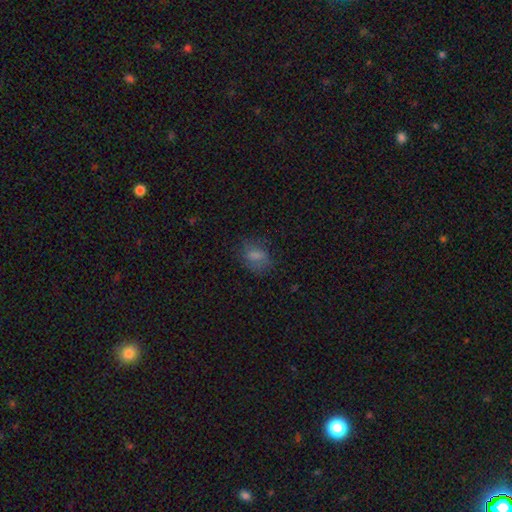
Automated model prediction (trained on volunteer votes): Smooth or featured? smooth (71%)
How rounded? in between (73%)
Merging? none (65%)